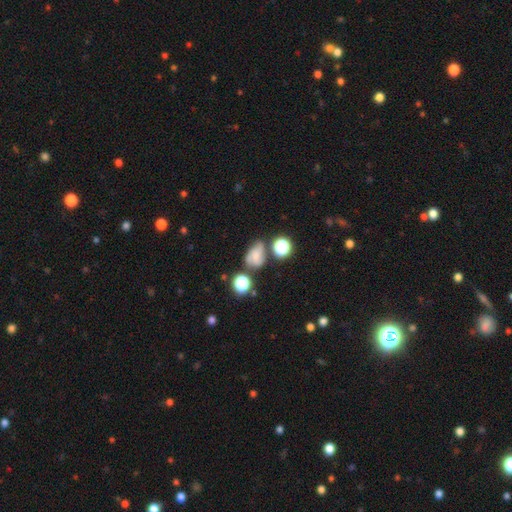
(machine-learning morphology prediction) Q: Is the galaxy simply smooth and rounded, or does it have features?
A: smooth — 45%.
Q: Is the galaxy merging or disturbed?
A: none — 44%.